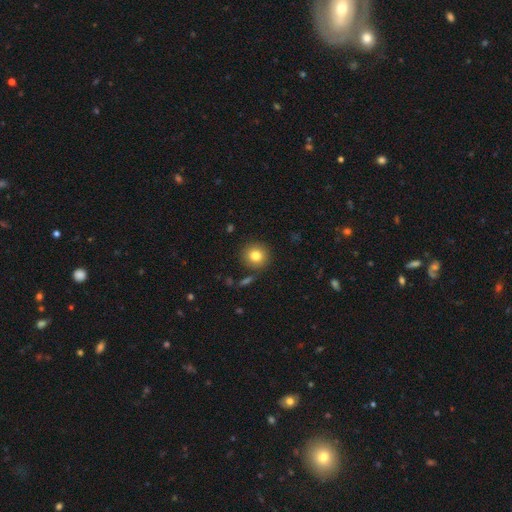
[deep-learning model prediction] Smooth or featured?
  - smooth: 81% *
  - star or artifact: 10%
  - featured or disk: 9%
How rounded?
  - round: 92% *
  - in between: 7%
  - cigar-shaped: 1%
Merging?
  - none: 87% *
  - minor disturbance: 7%
  - merger: 3%
  - major disturbance: 3%